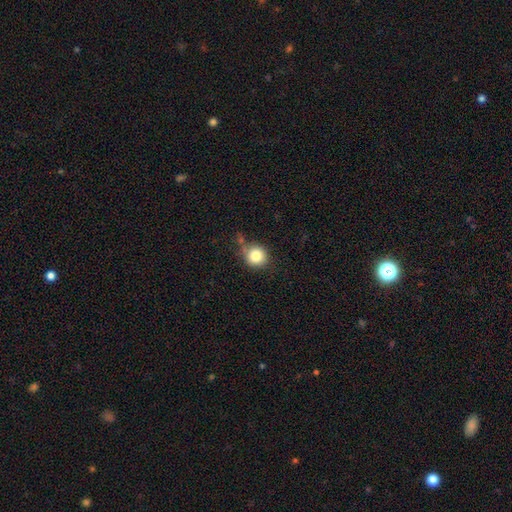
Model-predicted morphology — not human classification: Overall: smooth (82%). How rounded: round (90%). Merging: none (68%).